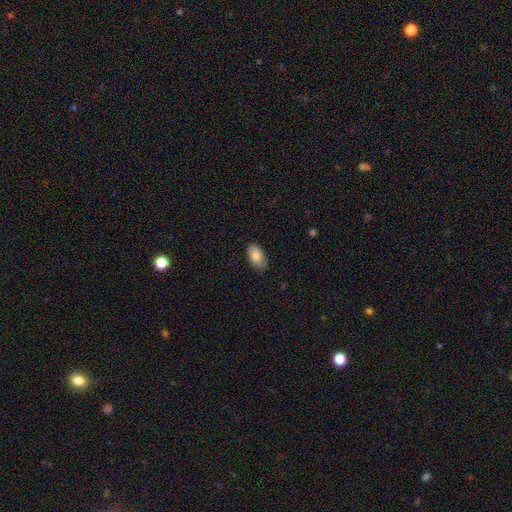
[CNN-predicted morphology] A smooth galaxy with no disk features (83%) that is in between round and cigar-shaped (93%).

Vote fractions:
- Smooth or featured? smooth: 83% / featured or disk: 10% / star or artifact: 7%
- How rounded? in between: 93% / round: 4% / cigar-shaped: 3%
- Merging? none: 77% / minor disturbance: 19% / major disturbance: 3% / merger: 1%